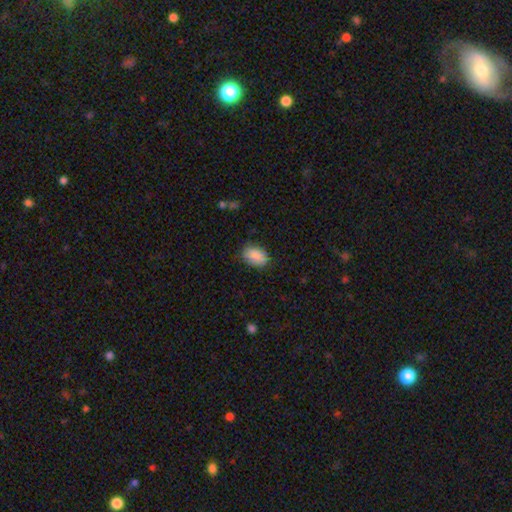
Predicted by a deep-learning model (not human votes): Q: Smooth or featured?
A: smooth (87%); runner-up: star or artifact (7%)
Q: How rounded?
A: in between (87%); runner-up: round (12%)
Q: Merging?
A: none (77%); runner-up: minor disturbance (18%)